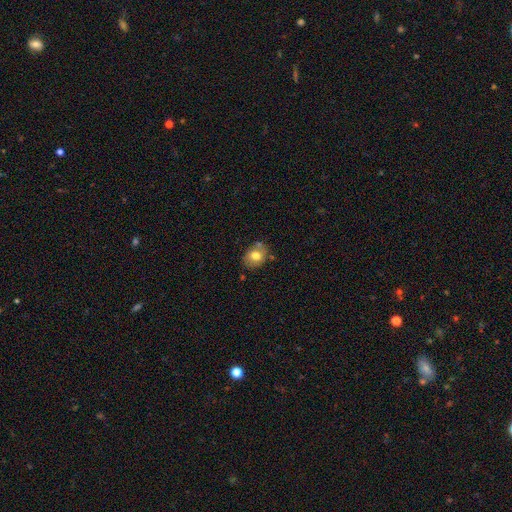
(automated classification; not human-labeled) smooth_or_featured: smooth (p=0.73) [alt: featured or disk p=0.18]
how_rounded: in between (p=0.52) [alt: round p=0.47]
merging: none (p=0.70) [alt: minor disturbance p=0.18]